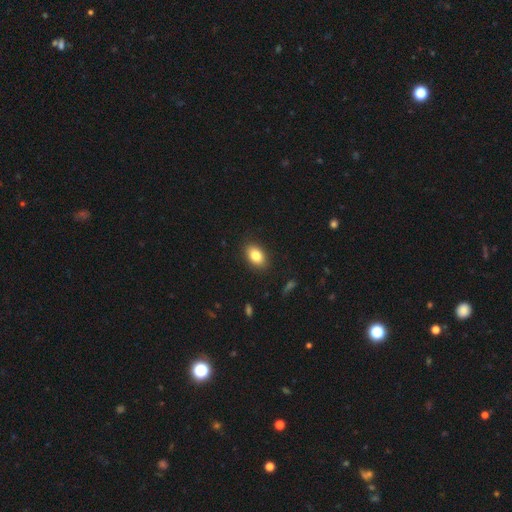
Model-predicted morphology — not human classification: Smooth or featured? smooth (82%)
How rounded? in between (86%)
Merging? none (88%)